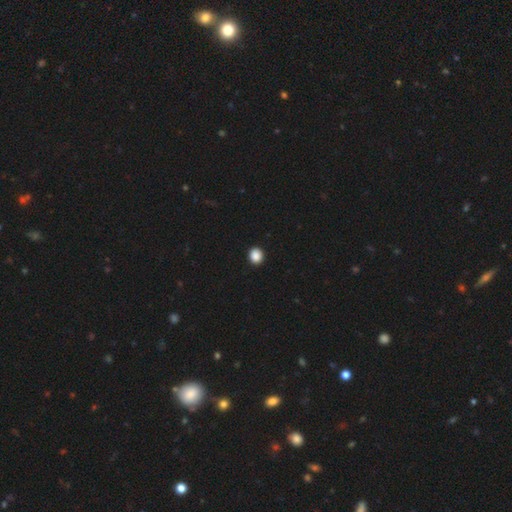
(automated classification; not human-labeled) smooth-or-featured: smooth: 88% | star or artifact: 9% | featured or disk: 2%
  how-rounded: round: 79% | in between: 20% | cigar-shaped: 1%
  merging: none: 93% | minor disturbance: 5% | major disturbance: 1% | merger: 1%